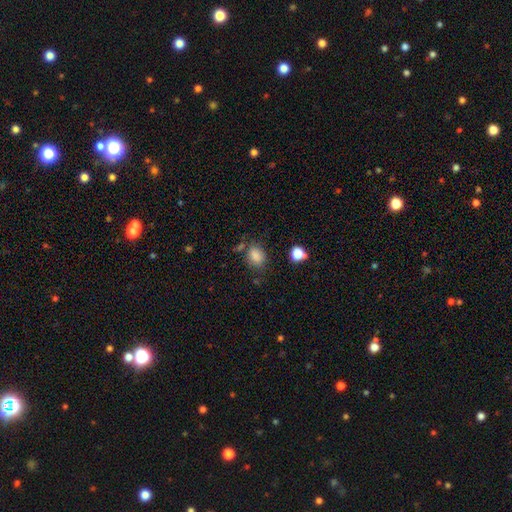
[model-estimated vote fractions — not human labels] smooth-or-featured: smooth: 83% | star or artifact: 12% | featured or disk: 5%
  how-rounded: in between: 59% | round: 40% | cigar-shaped: 1%
  merging: none: 69% | minor disturbance: 18% | merger: 7% | major disturbance: 6%